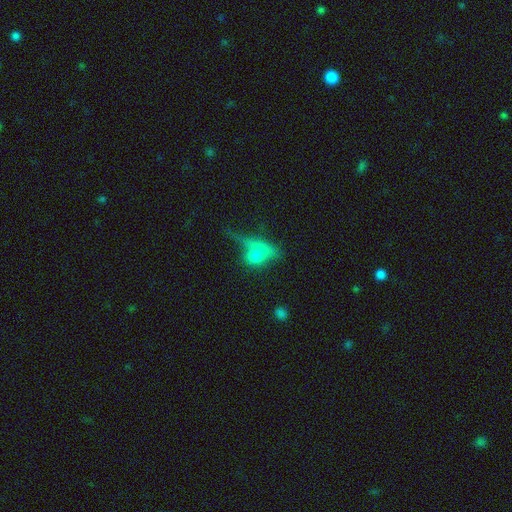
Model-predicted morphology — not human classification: This appears to be a smooth galaxy with no disk features (60%) that is in between round and cigar-shaped (56%). Merging: merger (34%).